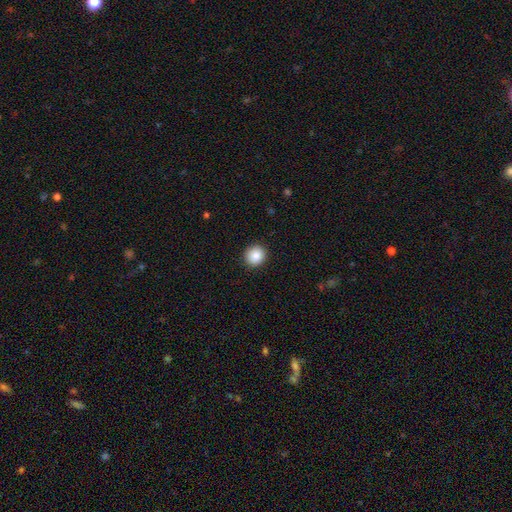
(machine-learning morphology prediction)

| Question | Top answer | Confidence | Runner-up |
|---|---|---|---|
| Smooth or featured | smooth | 86% | star or artifact (8%) |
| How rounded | round | 91% | in between (9%) |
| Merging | none | 92% | minor disturbance (6%) |